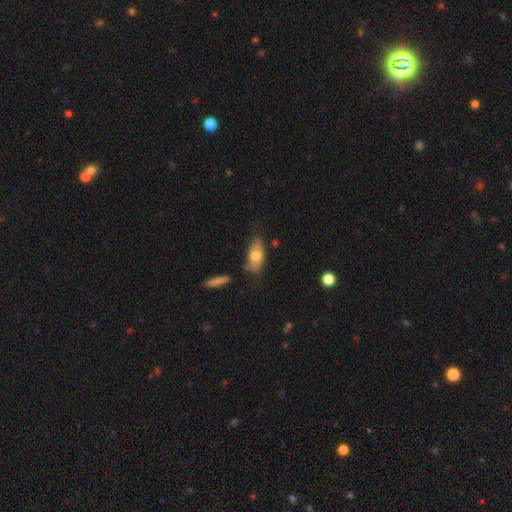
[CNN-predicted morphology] Overall: smooth (73%). How rounded: in between (85%). Merging: none (62%; minor disturbance 25%).